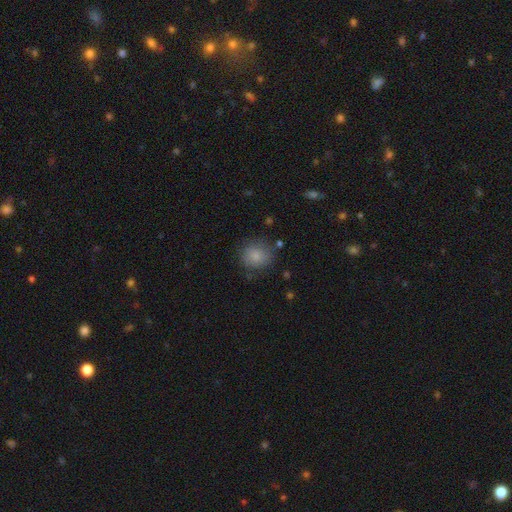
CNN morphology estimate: A smooth galaxy with no disk features (83%) that is round (82%). Merging: none (75%).